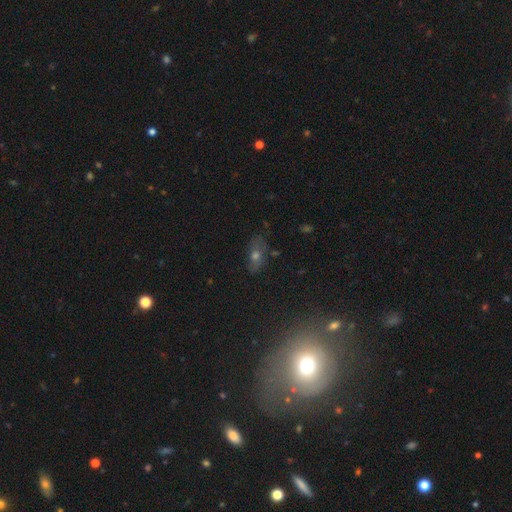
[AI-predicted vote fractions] A smooth galaxy with no disk features (47%).

Vote fractions:
- Smooth or featured? smooth: 47% / featured or disk: 28% / star or artifact: 25%
- Merging? none: 71% / minor disturbance: 18% / major disturbance: 7% / merger: 3%